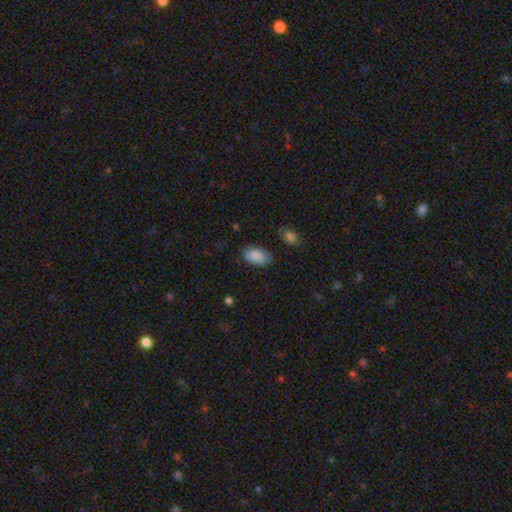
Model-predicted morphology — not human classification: This is clearly a smooth galaxy (88%). How rounded: clearly in between (93%). Merging: likely none (77%).